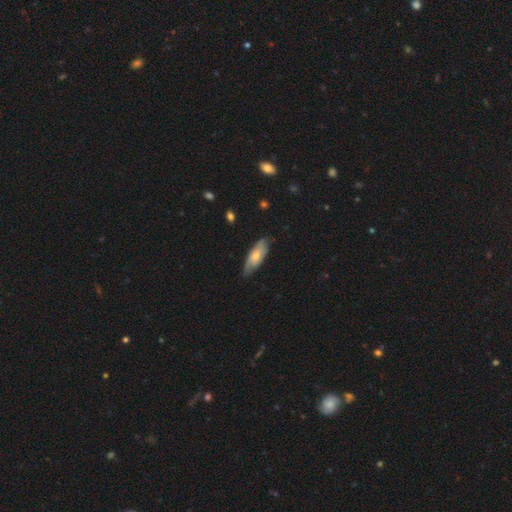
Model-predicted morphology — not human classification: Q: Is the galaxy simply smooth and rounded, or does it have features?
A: smooth — 50%.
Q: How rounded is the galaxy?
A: in between — 68%.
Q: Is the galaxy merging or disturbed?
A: none — 75%.